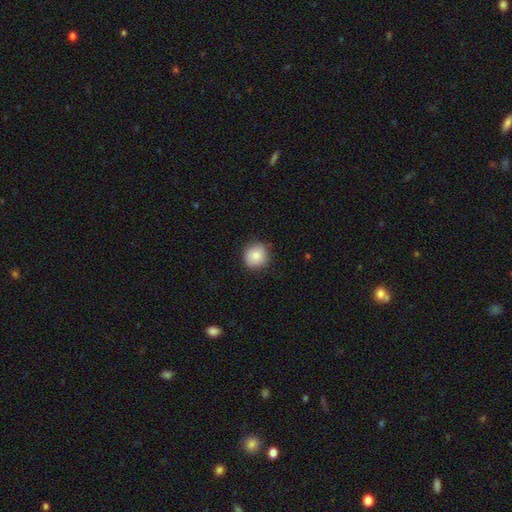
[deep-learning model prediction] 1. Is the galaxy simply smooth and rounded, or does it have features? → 84% smooth, 8% star or artifact, 8% featured or disk.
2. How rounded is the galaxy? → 92% round, 7% in between, 1% cigar-shaped.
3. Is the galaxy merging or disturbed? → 87% none, 10% minor disturbance, 2% major disturbance, 1% merger.